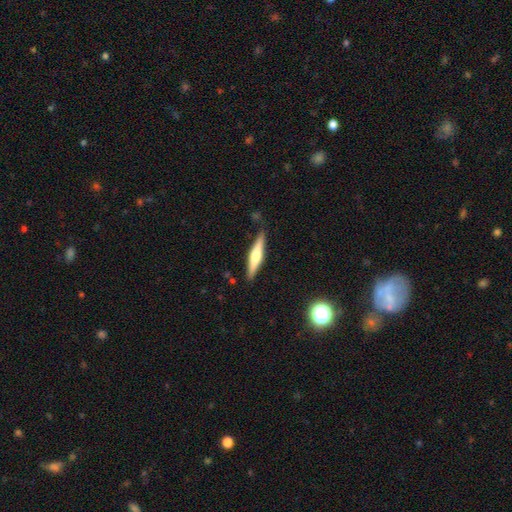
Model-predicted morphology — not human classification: The model was most divided on "smooth or featured": featured or disk: 56%, smooth: 38%, star or artifact: 6%. More confident: edge-on disk — yes (96%); merging — none (86%); edge-on bulge — rounded (82%).